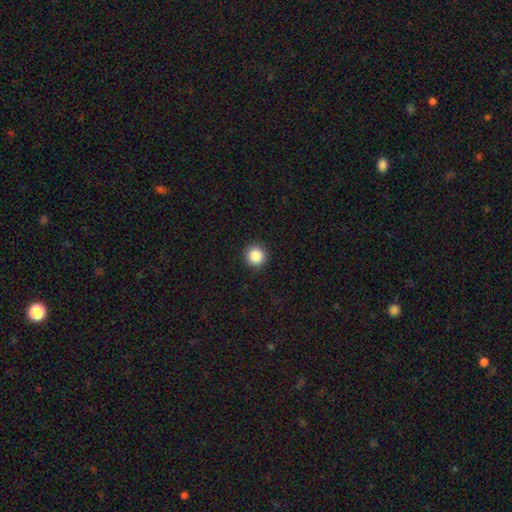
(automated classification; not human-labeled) The model was most divided on "smooth or featured": smooth: 88%, star or artifact: 9%, featured or disk: 3%. More confident: how rounded — round (96%); merging — none (93%).